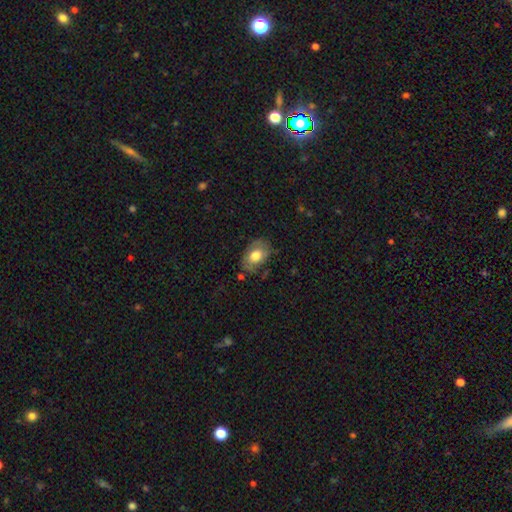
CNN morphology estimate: The model was most divided on "smooth or featured": smooth: 63%, featured or disk: 30%, star or artifact: 7%. More confident: how rounded — in between (83%); merging — none (67%).